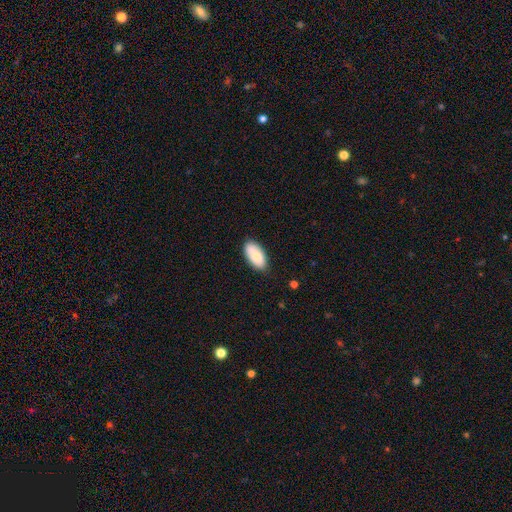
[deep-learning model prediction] The model was most divided on "merging": none: 81%, minor disturbance: 15%, major disturbance: 2%, merger: 1%. More confident: how rounded — in between (94%); smooth or featured — smooth (81%).